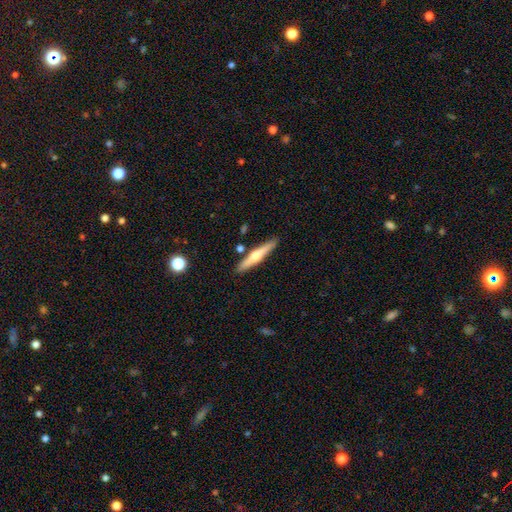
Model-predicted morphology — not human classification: Smooth or featured? Predicted: featured or disk (p=0.58). Edge-on disk? Predicted: yes (p=0.97). Edge-on bulge? Predicted: rounded (p=0.90). Merging? Predicted: none (p=0.86).